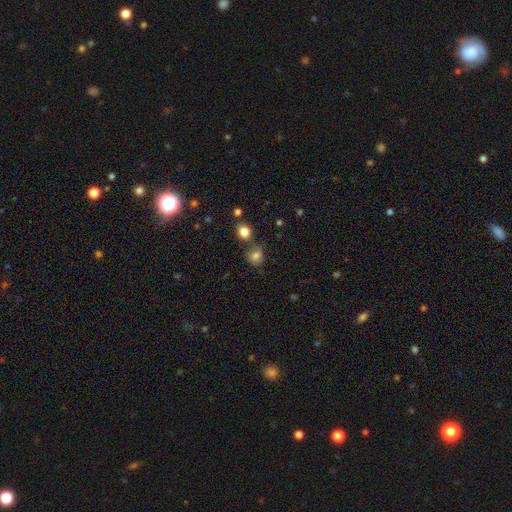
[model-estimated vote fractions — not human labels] smooth_or_featured: smooth (p=0.79) [alt: star or artifact p=0.13]
how_rounded: round (p=0.73) [alt: in between p=0.26]
merging: none (p=0.67) [alt: minor disturbance p=0.14]